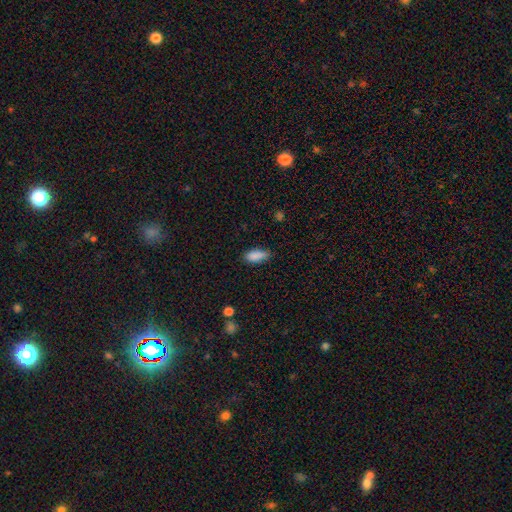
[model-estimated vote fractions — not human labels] This is clearly a smooth galaxy (87%). How rounded: clearly in between (84%). Merging: likely none (71%).